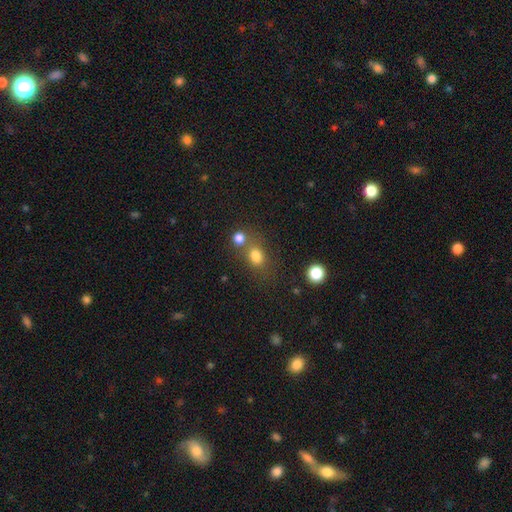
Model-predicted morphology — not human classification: Smooth or featured: smooth — 78% (star or artifact — 14%)
How rounded: in between — 52% (round — 46%)
Merging: none — 55% (merger — 26%)